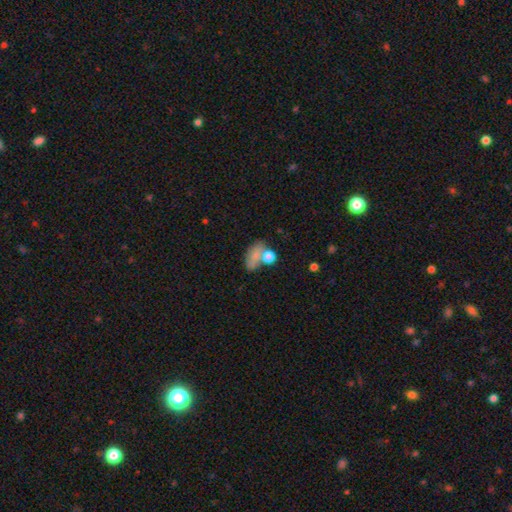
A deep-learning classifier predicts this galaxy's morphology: Smooth or featured? smooth (72%)
How rounded? in between (77%)
Merging? none (40%)